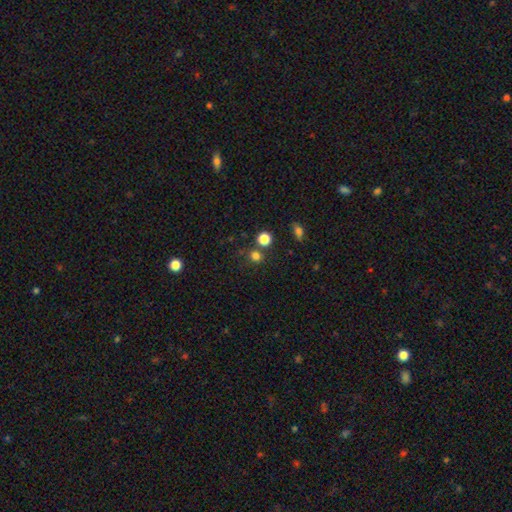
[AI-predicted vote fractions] Smooth or featured: smooth — 77% (star or artifact — 18%)
How rounded: round — 86% (in between — 13%)
Merging: none — 74% (merger — 14%)